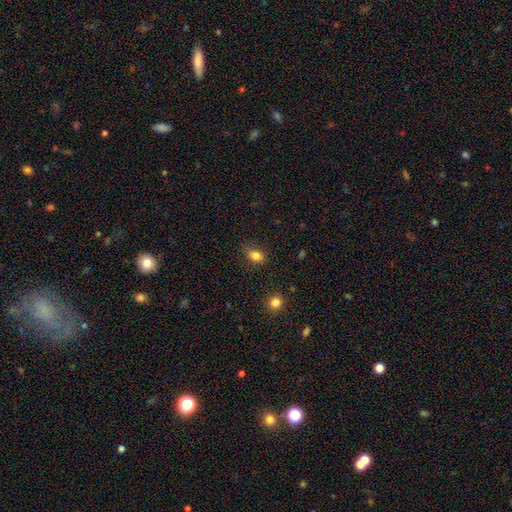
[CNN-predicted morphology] This appears to be a smooth galaxy with no disk features (83%) that is in between round and cigar-shaped (73%). Merging: none (72%).